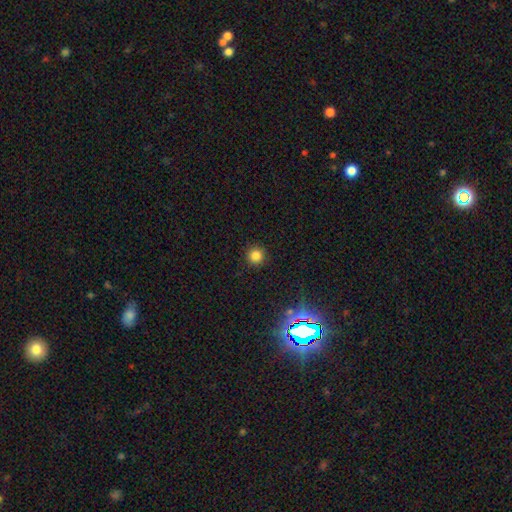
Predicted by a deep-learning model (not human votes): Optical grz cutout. It shows a smooth galaxy with no disk features (81%) that is round (95%). Merging: none (92%).